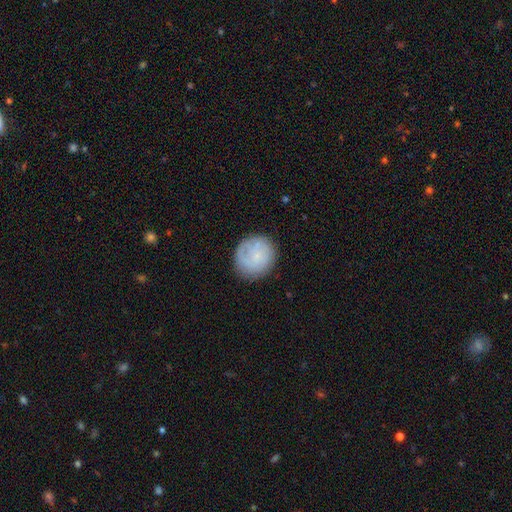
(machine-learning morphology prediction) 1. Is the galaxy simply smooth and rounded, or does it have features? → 61% smooth, 31% featured or disk, 8% star or artifact.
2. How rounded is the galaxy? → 86% round, 13% in between, 1% cigar-shaped.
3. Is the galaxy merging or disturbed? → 77% none, 16% minor disturbance, 6% major disturbance, 1% merger.